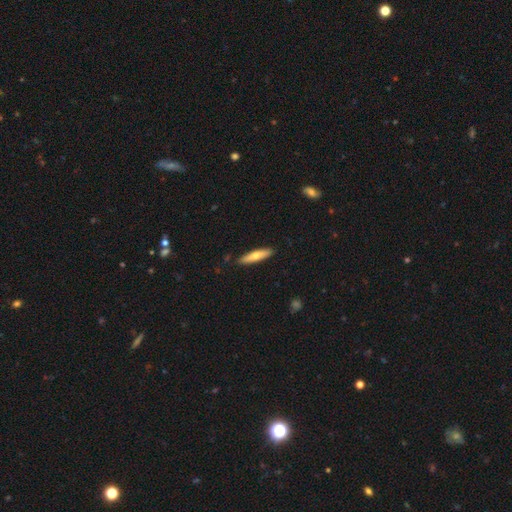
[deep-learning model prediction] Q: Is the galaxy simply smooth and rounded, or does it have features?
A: smooth — 62%.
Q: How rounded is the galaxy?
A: cigar-shaped — 82%.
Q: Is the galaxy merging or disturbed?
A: none — 88%.